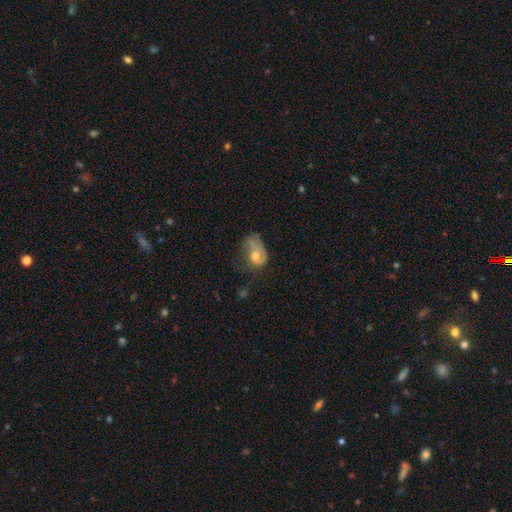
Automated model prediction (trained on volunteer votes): This appears to be a smooth galaxy with no disk features (52%) that is in between round and cigar-shaped (70%). Merging: major disturbance (39%).